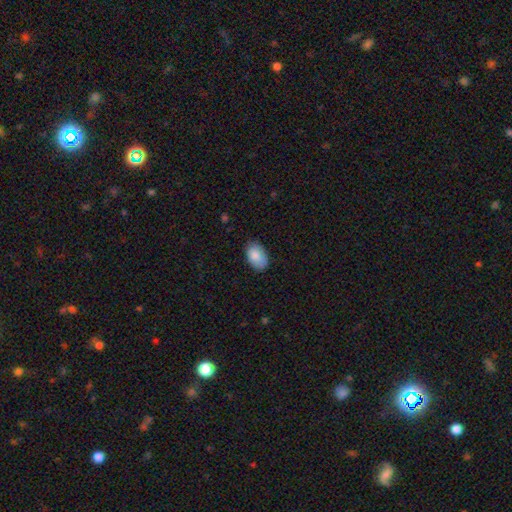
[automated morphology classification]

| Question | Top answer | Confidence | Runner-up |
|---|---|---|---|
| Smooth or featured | smooth | 86% | featured or disk (8%) |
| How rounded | in between | 91% | round (8%) |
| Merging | none | 79% | minor disturbance (17%) |